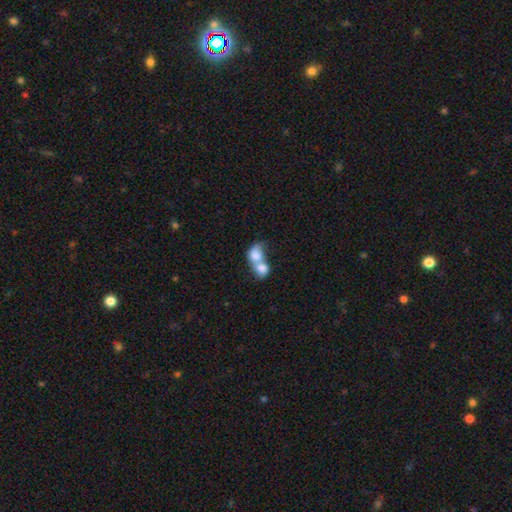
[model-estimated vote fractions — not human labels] A smooth galaxy with no disk features (75%) that is in between round and cigar-shaped (56%). Merging: merger (83%).